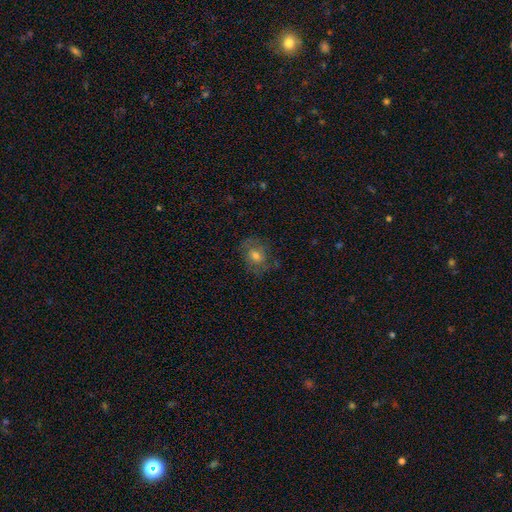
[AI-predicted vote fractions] smooth_or_featured: smooth (p=0.54) [alt: featured or disk p=0.33]
how_rounded: round (p=0.60) [alt: in between p=0.39]
merging: none (p=0.70) [alt: minor disturbance p=0.19]